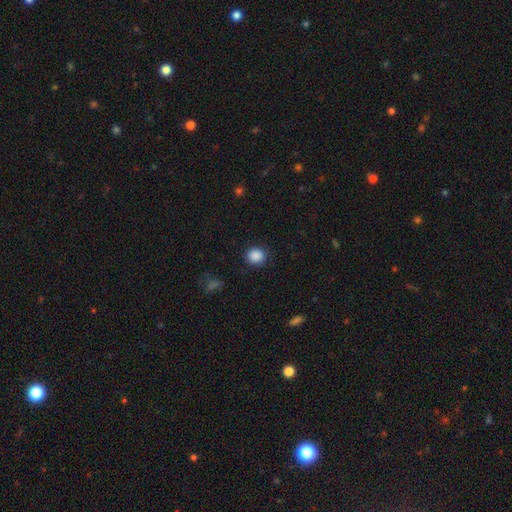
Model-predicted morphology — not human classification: A smooth galaxy with no disk features (88%) that is round (82%). Merging: none (88%).